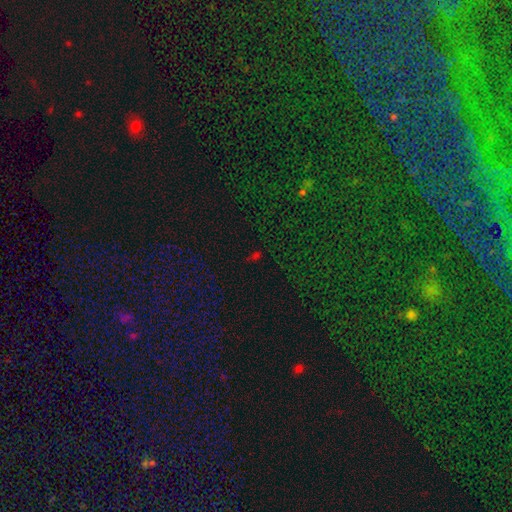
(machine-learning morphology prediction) Smooth or featured? Predicted: star or artifact (p=0.60).